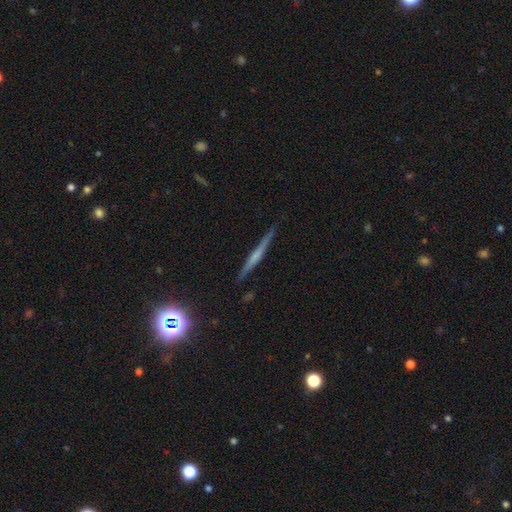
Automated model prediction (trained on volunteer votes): Morphology: type=featured or disk (63%); edge-on=yes (98%); edge-on bulge=none (50%); merging=none (88%).